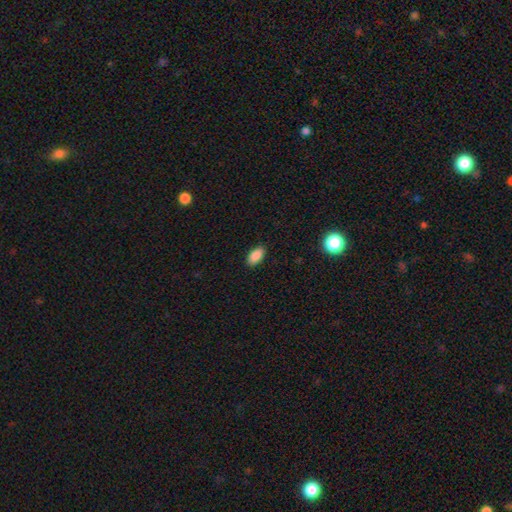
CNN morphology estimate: smooth 88%, star or artifact 8%, featured or disk 3%. Down the decision tree: how rounded — in between (92%); merging — none (89%).